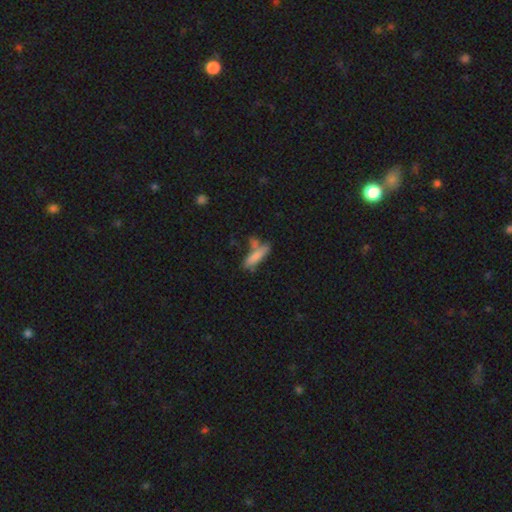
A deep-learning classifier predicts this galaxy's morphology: This appears to be a smooth galaxy with no disk features (78%) that is cigar-shaped (67%). Merging: none (54%).